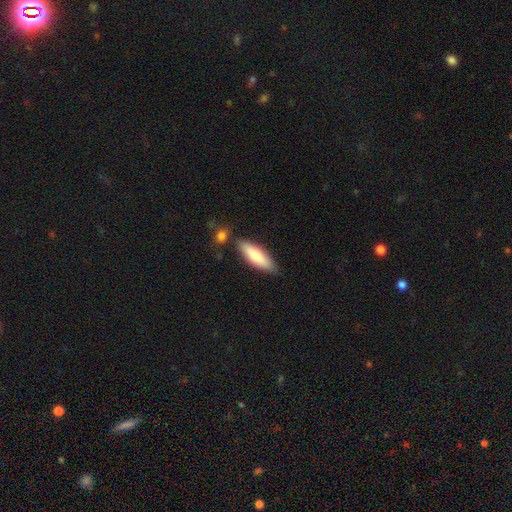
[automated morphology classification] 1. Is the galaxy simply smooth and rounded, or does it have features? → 76% smooth, 18% featured or disk, 5% star or artifact.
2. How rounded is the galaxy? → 51% cigar-shaped, 47% in between, 2% round.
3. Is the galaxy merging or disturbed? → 78% none, 13% minor disturbance, 6% merger, 3% major disturbance.